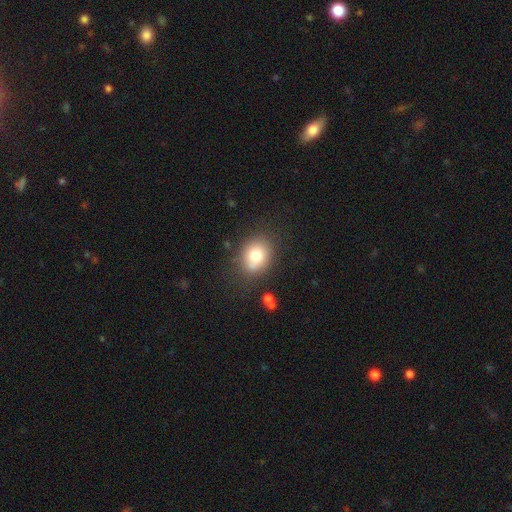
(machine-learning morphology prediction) Smooth or featured? smooth (76%)
How rounded? round (53%)
Merging? none (76%)